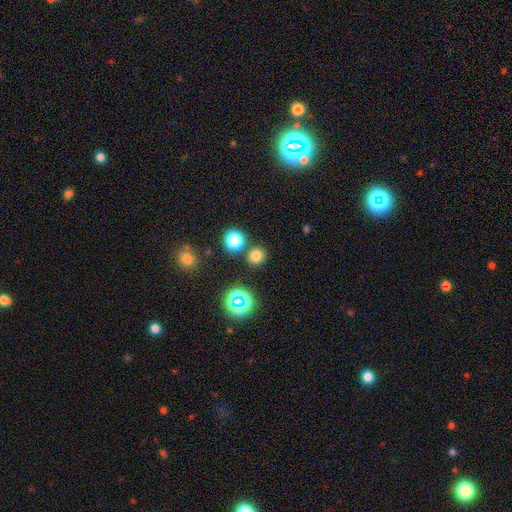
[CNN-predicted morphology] Smooth or featured? smooth (72%)
How rounded? round (89%)
Merging? none (79%)